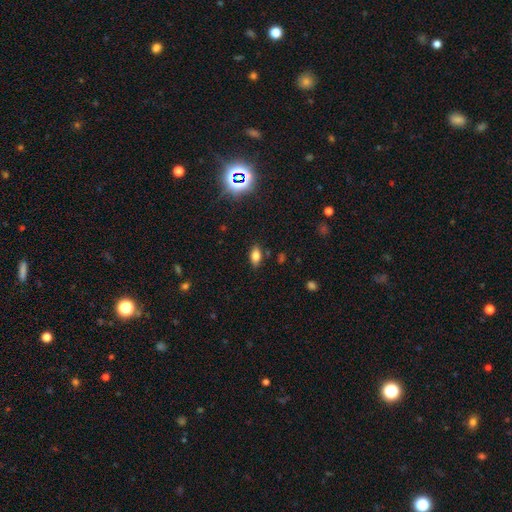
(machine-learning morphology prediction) This is likely a smooth galaxy (78%). How rounded: clearly in between (88%). Merging: clearly none (85%).